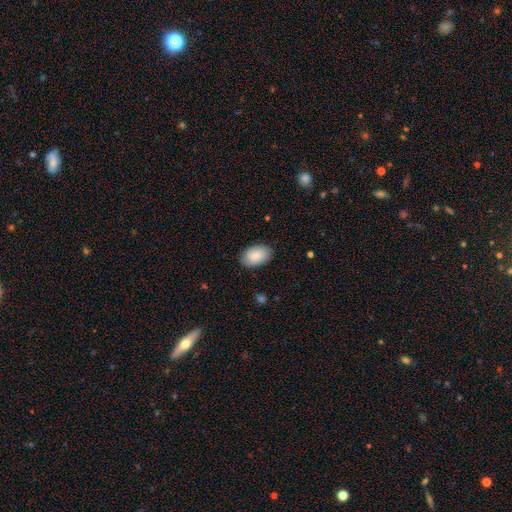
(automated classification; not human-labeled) Smooth or featured: smooth — 85% (featured or disk — 9%)
How rounded: in between — 93% (round — 6%)
Merging: none — 86% (minor disturbance — 11%)